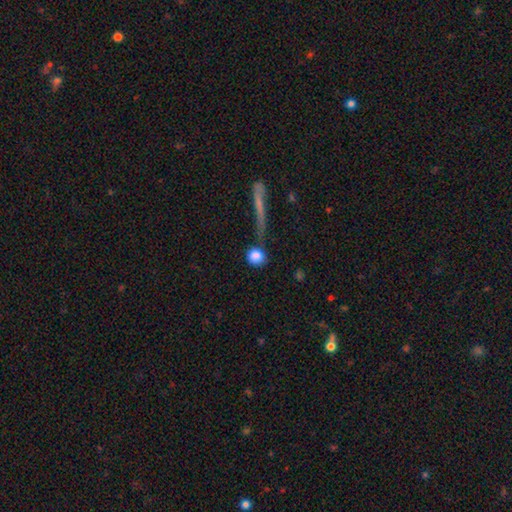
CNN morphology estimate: A smooth galaxy with no disk features (85%) that is round (81%).

Vote fractions:
- Smooth or featured? smooth: 85% / star or artifact: 8% / featured or disk: 7%
- How rounded? round: 81% / in between: 15% / cigar-shaped: 4%
- Merging? none: 66% / minor disturbance: 16% / merger: 10% / major disturbance: 8%